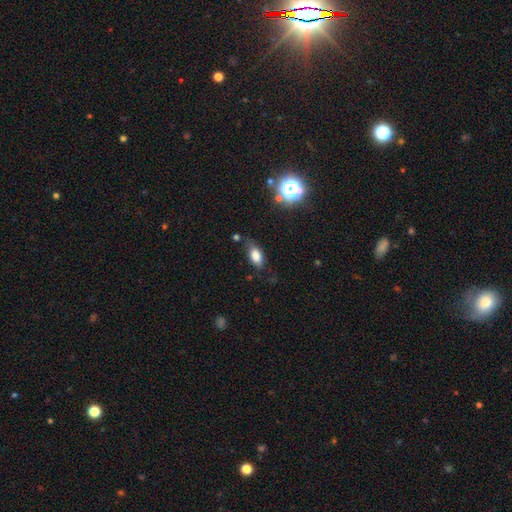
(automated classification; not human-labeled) A smooth galaxy with no disk features (77%) that is in between round and cigar-shaped (87%). Merging: none (64%).